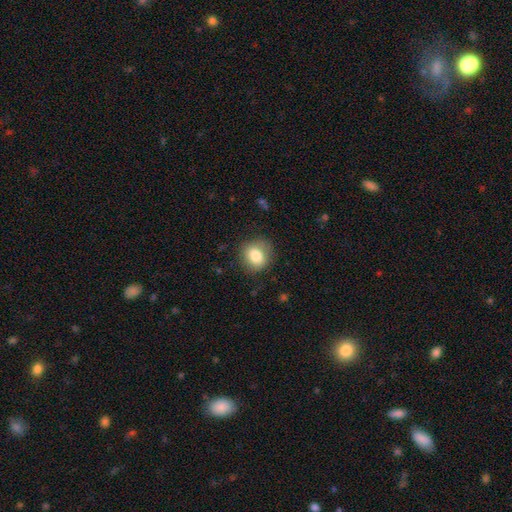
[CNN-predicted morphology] Q: Smooth or featured?
A: smooth (80%); runner-up: featured or disk (11%)
Q: How rounded?
A: round (73%); runner-up: in between (26%)
Q: Merging?
A: none (81%); runner-up: minor disturbance (13%)